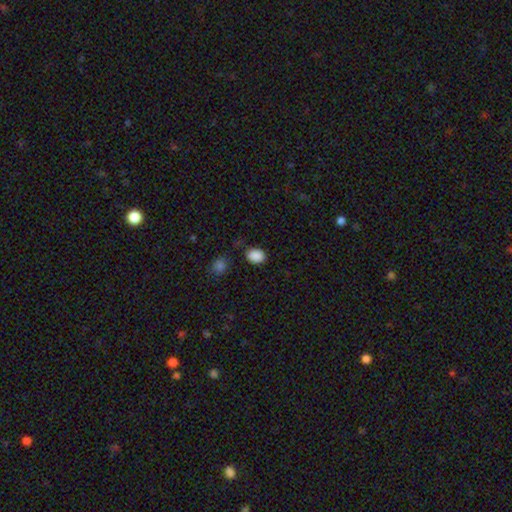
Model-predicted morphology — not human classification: smooth 88%, star or artifact 9%, featured or disk 3%. Down the decision tree: how rounded — in between (66%); merging — none (79%).